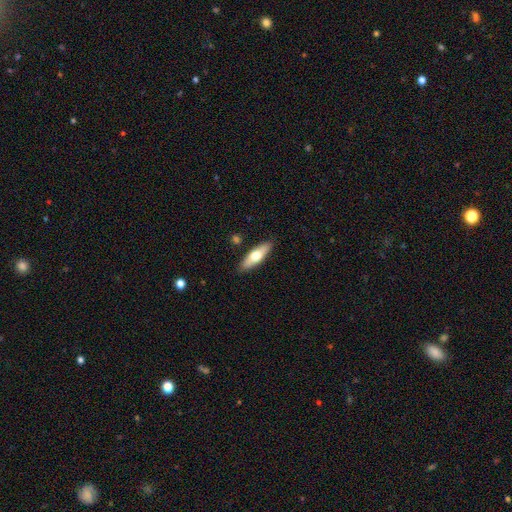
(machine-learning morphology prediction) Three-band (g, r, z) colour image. It shows a smooth galaxy with no disk features (57%) that is cigar-shaped (53%). Merging: none (87%).